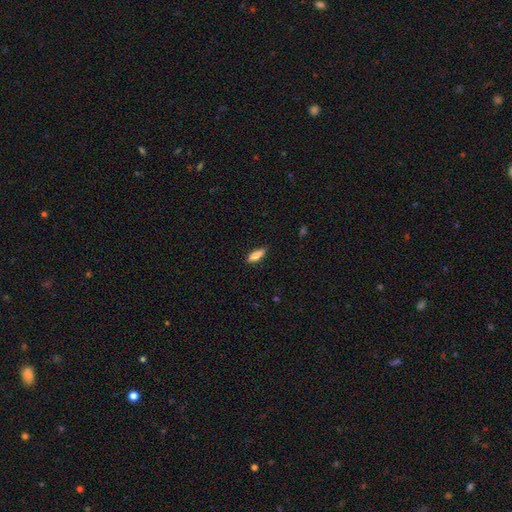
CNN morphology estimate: Smooth or featured?
  - smooth: 78% *
  - featured or disk: 15%
  - star or artifact: 7%
How rounded?
  - in between: 63% *
  - cigar-shaped: 34%
  - round: 2%
Merging?
  - none: 85% *
  - minor disturbance: 12%
  - major disturbance: 2%
  - merger: 1%